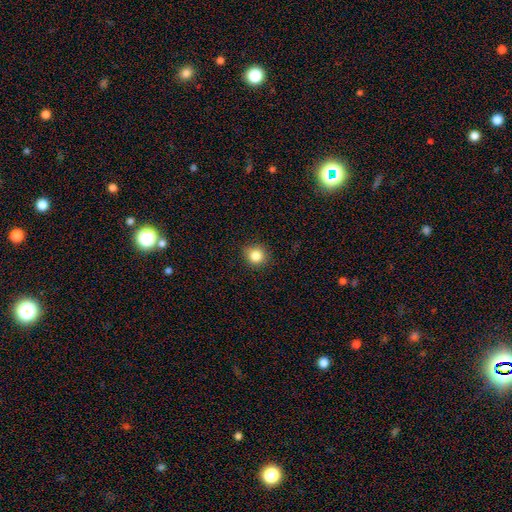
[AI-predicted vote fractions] smooth_or_featured: smooth (p=0.85) [alt: star or artifact p=0.11]
how_rounded: round (p=0.88) [alt: in between p=0.11]
merging: none (p=0.88) [alt: minor disturbance p=0.09]